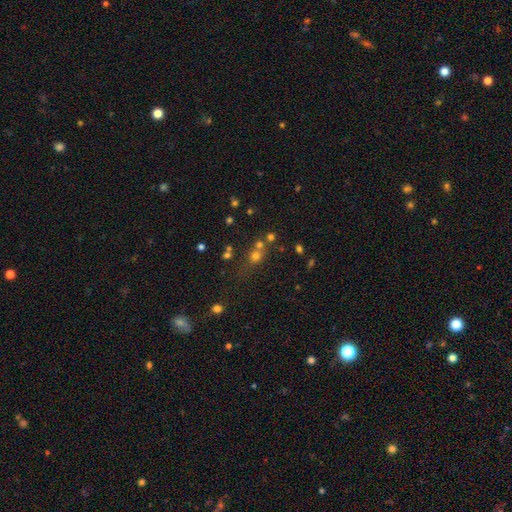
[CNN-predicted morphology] Q: Smooth or featured?
A: smooth (55%); runner-up: star or artifact (31%)
Q: How rounded?
A: round (80%); runner-up: in between (17%)
Q: Merging?
A: none (51%); runner-up: merger (34%)